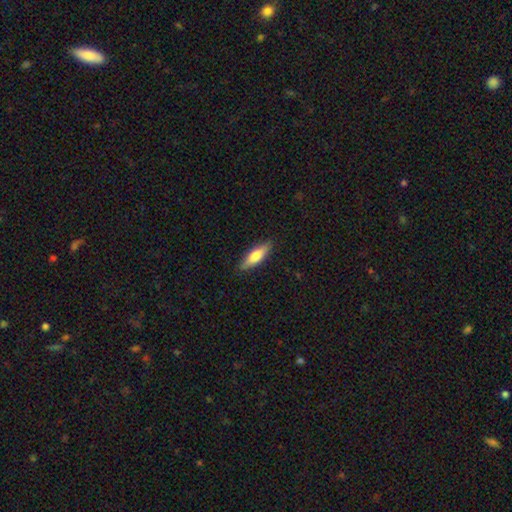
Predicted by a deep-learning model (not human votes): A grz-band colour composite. It shows a smooth galaxy with no disk features (69%) that is cigar-shaped (54%). Merging: none (88%).